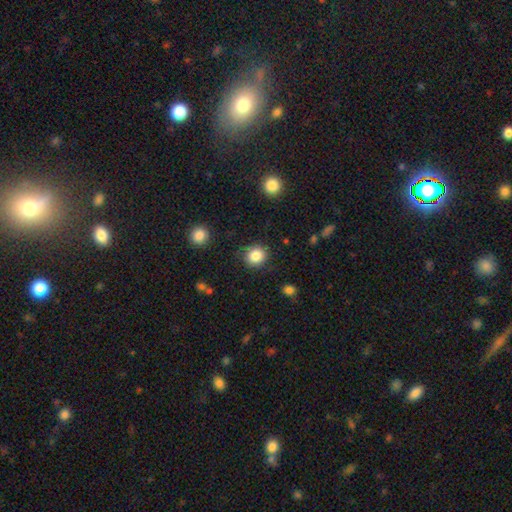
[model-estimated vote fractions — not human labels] The model was most divided on "how rounded": round: 82%, in between: 17%, cigar-shaped: 1%. More confident: merging — none (85%); smooth or featured — smooth (85%).